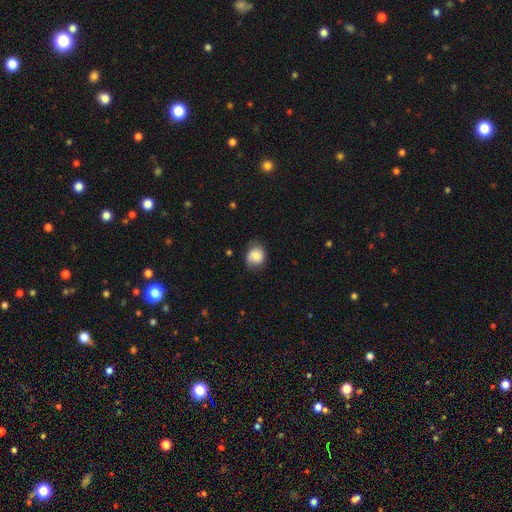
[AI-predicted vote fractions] This is likely a smooth galaxy (76%). How rounded: likely round (69%). Merging: likely none (67%).